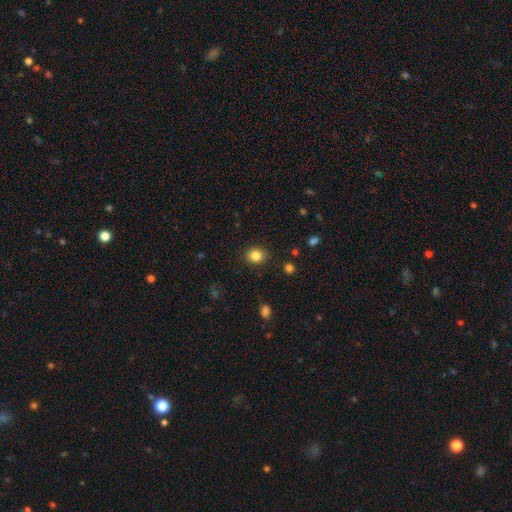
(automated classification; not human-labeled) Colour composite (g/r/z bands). It shows a smooth galaxy with no disk features (83%) that is round (73%). Merging: none (89%).